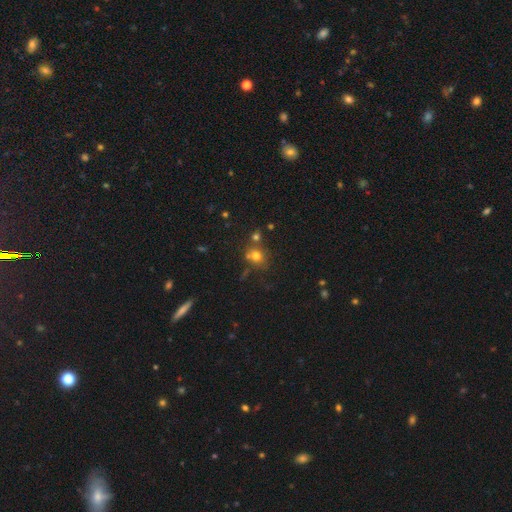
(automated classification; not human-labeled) Morphology: type=smooth (71%); roundness=round (74%); merging=none (58%).